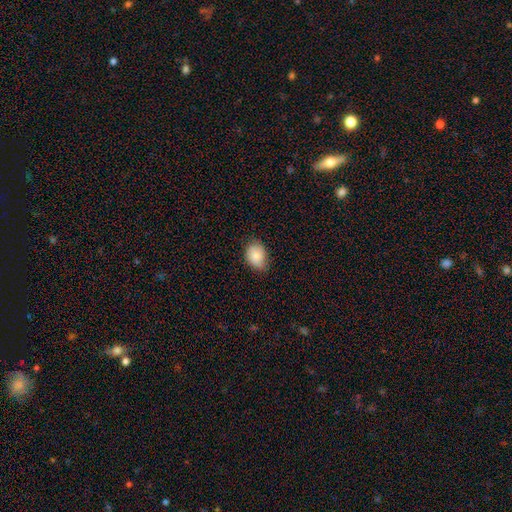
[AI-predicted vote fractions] Q: Smooth or featured?
A: smooth (82%); runner-up: featured or disk (11%)
Q: How rounded?
A: in between (70%); runner-up: round (29%)
Q: Merging?
A: none (65%); runner-up: minor disturbance (29%)